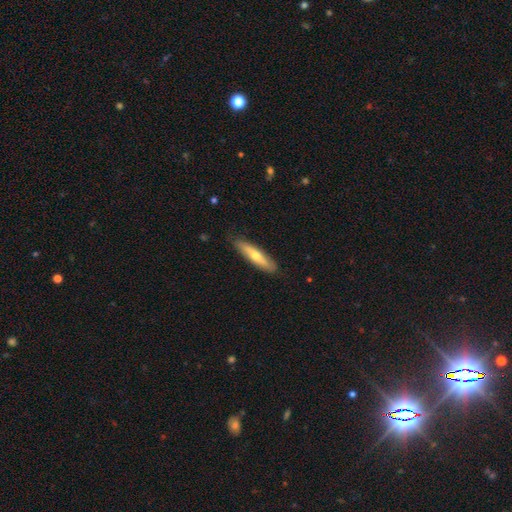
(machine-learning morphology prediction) Smooth or featured? smooth (56%)
How rounded? cigar-shaped (80%)
Merging? none (86%)